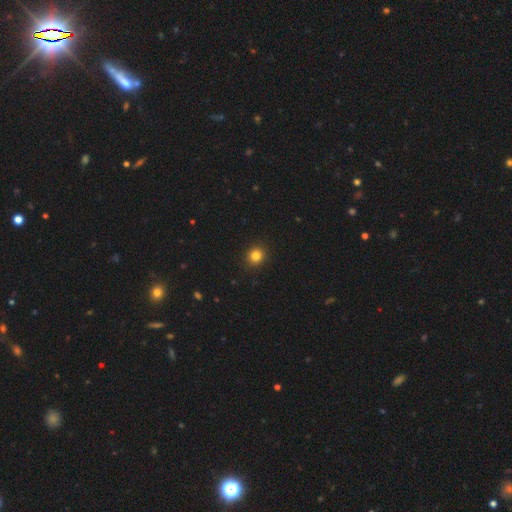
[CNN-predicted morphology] A smooth galaxy with no disk features (83%) that is round (89%). Merging: none (93%).